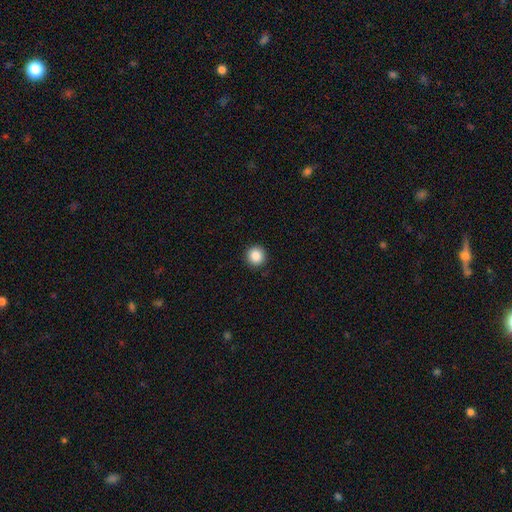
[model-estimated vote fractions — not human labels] Smooth or featured: smooth — 87% (star or artifact — 9%)
How rounded: round — 94% (in between — 5%)
Merging: none — 92% (minor disturbance — 5%)